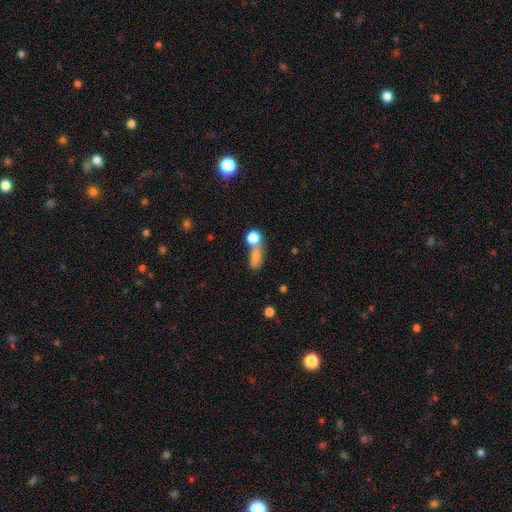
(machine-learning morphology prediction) This appears to be a smooth galaxy with no disk features (73%) that is in between round and cigar-shaped (50%). Merging: merger (47%).